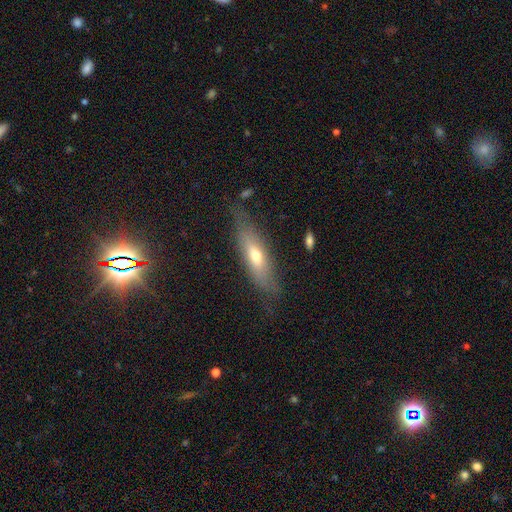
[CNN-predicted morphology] Q: Smooth or featured?
A: smooth (54%); runner-up: featured or disk (39%)
Q: How rounded?
A: cigar-shaped (58%); runner-up: in between (39%)
Q: Merging?
A: none (69%); runner-up: minor disturbance (21%)